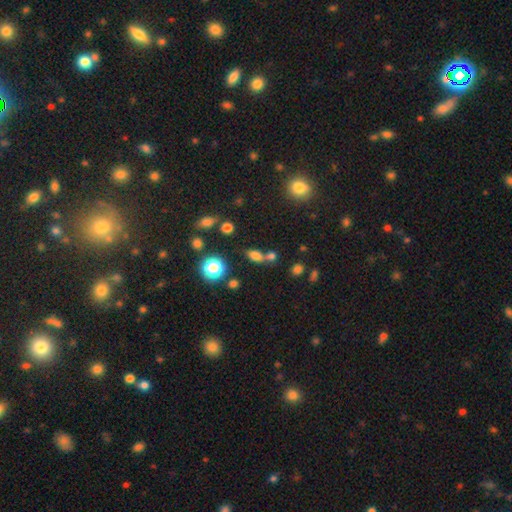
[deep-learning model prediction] smooth 71%, star or artifact 18%, featured or disk 11%. Down the decision tree: how rounded — in between (68%); merging — none (45%).